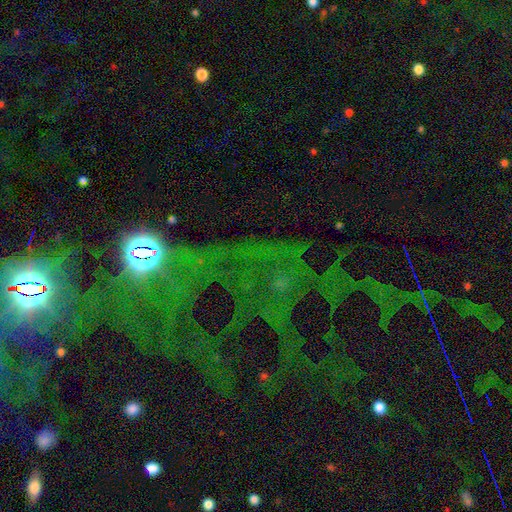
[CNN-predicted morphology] smooth_or_featured: star or artifact (p=0.73) [alt: featured or disk p=0.15]